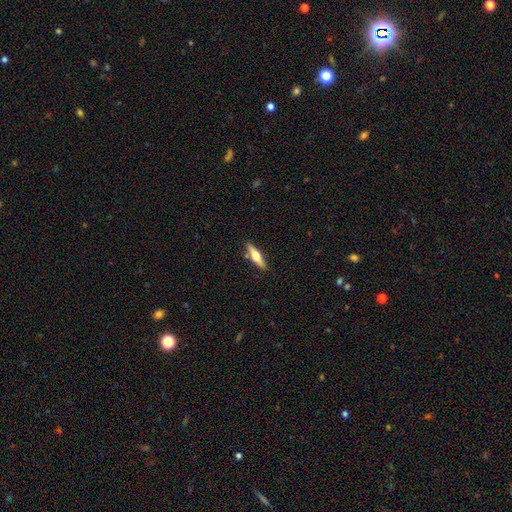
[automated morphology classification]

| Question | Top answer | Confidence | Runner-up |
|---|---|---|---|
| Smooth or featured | featured or disk | 56% | smooth (38%) |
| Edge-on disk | yes | 95% | no (5%) |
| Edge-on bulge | rounded | 94% | boxy (4%) |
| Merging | none | 86% | minor disturbance (9%) |